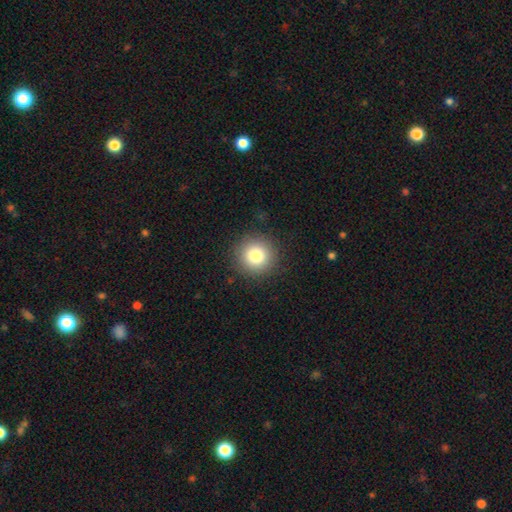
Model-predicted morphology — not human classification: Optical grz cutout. It shows a smooth galaxy with no disk features (81%) that is round (95%). Merging: none (90%).